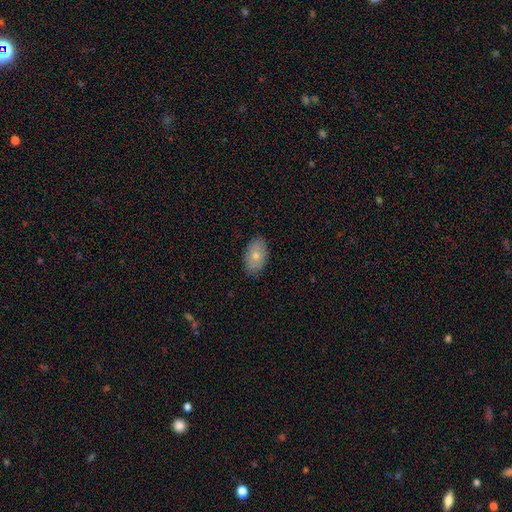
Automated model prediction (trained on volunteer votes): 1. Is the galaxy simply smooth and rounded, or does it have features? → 74% smooth, 19% featured or disk, 7% star or artifact.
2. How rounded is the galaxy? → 90% in between, 8% round, 1% cigar-shaped.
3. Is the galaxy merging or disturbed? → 87% none, 10% minor disturbance, 2% major disturbance, 1% merger.